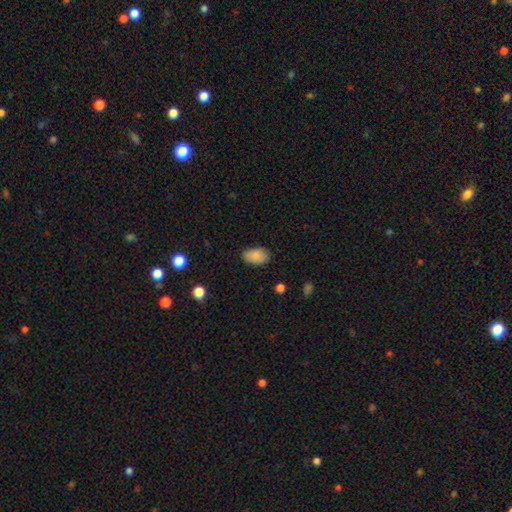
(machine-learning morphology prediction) The model was most divided on "merging": none: 80%, minor disturbance: 15%, major disturbance: 3%, merger: 1%. More confident: how rounded — in between (92%); smooth or featured — smooth (87%).